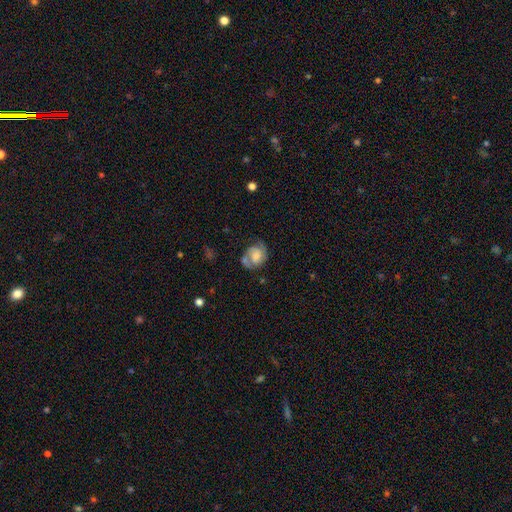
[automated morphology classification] A featured or disk galaxy (47%). Merging: none (46%).